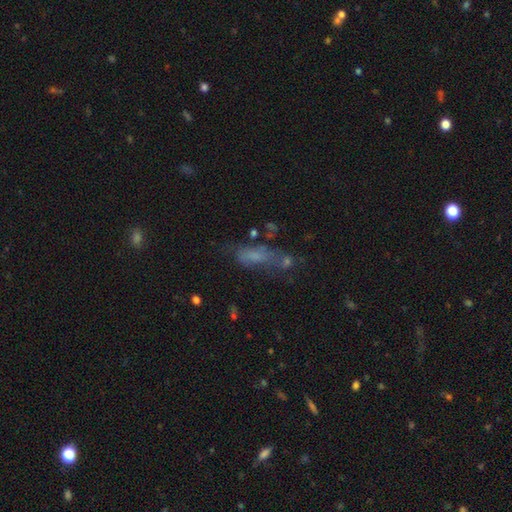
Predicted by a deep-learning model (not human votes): Smooth or featured: smooth — 52% (featured or disk — 27%)
How rounded: in between — 53% (cigar-shaped — 42%)
Merging: none — 40% (major disturbance — 22%)